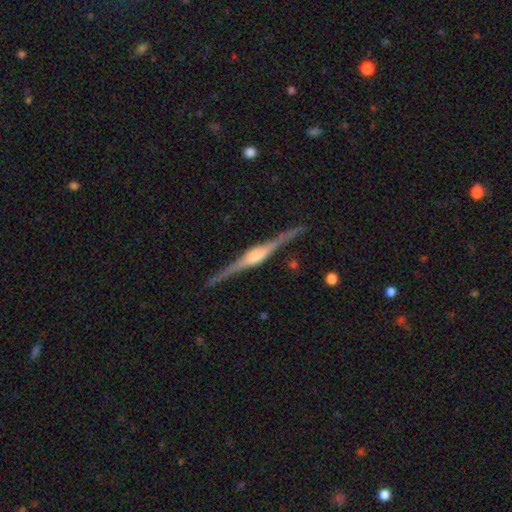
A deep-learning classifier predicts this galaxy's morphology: A featured or disk galaxy (89%) viewed edge-on (99%) with a rounded central bulge (75%).

Vote fractions:
- Smooth or featured? featured or disk: 89% / smooth: 6% / star or artifact: 5%
- Edge-on disk? yes: 99% / no: 1%
- Edge-on bulge? rounded: 75% / boxy: 20% / none: 5%
- Merging? none: 91% / minor disturbance: 6% / major disturbance: 1% / merger: 1%